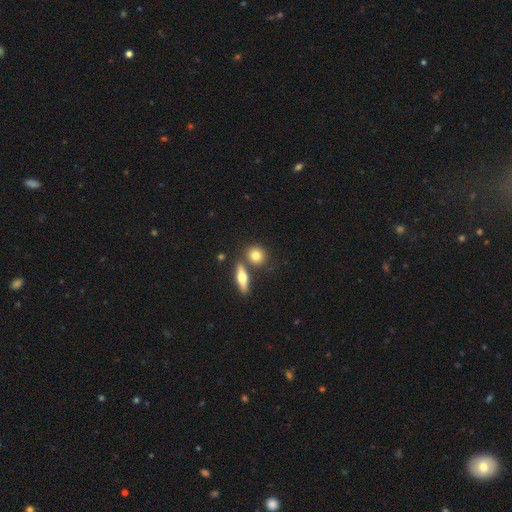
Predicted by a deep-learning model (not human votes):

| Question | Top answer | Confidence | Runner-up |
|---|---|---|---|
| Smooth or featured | smooth | 74% | featured or disk (19%) |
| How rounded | round | 71% | in between (22%) |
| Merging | none | 71% | merger (17%) |